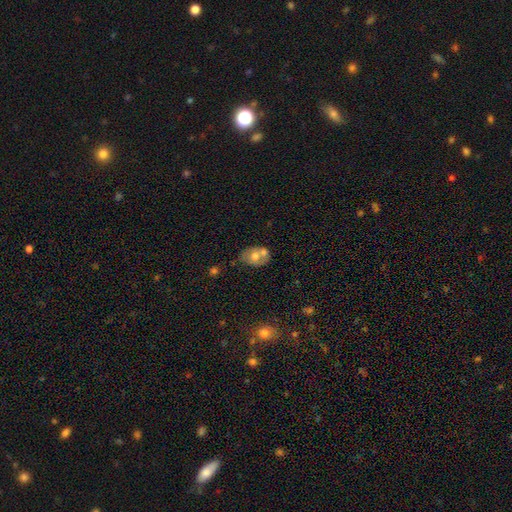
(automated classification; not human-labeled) A smooth galaxy with no disk features (54%) that is in between round and cigar-shaped (66%). Merging: none (40%).